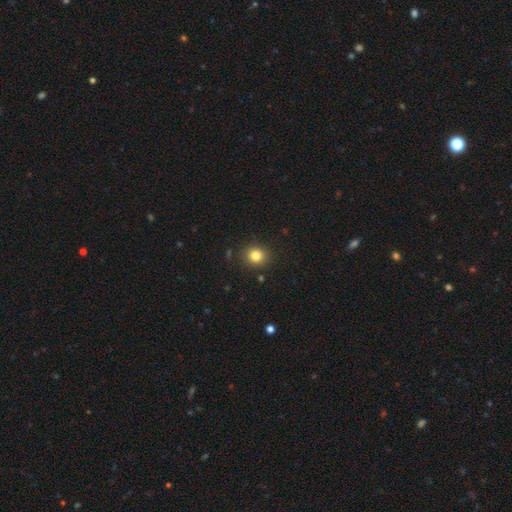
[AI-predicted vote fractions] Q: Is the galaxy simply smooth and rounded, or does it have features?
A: smooth — 83%.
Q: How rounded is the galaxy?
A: round — 81%.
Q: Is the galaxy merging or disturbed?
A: none — 88%.